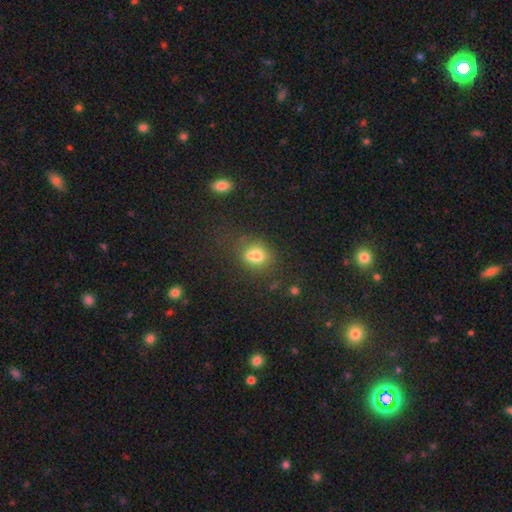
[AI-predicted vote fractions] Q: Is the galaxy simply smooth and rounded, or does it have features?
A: smooth — 68%.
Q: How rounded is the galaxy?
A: round — 61%.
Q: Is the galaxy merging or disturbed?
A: merger — 41%.